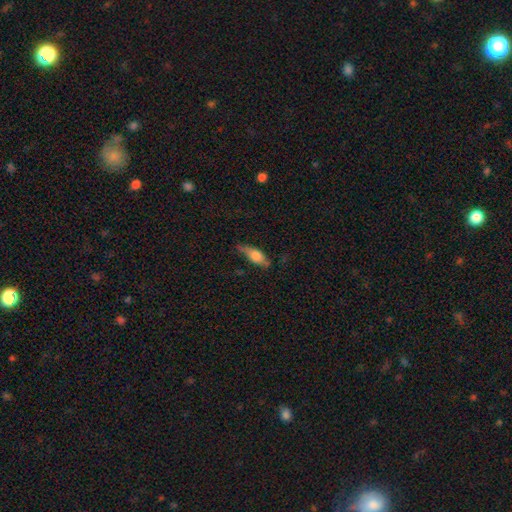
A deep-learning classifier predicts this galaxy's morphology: Smooth or featured? smooth (65%)
How rounded? in between (61%)
Merging? none (65%)